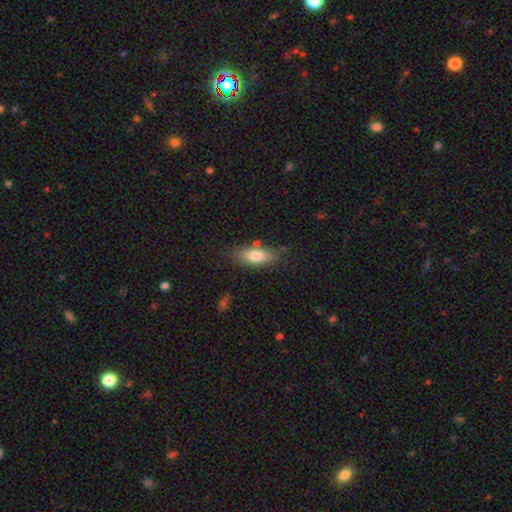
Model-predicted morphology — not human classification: Q: Smooth or featured?
A: smooth (75%); runner-up: featured or disk (18%)
Q: How rounded?
A: in between (74%); runner-up: cigar-shaped (23%)
Q: Merging?
A: none (72%); runner-up: minor disturbance (17%)